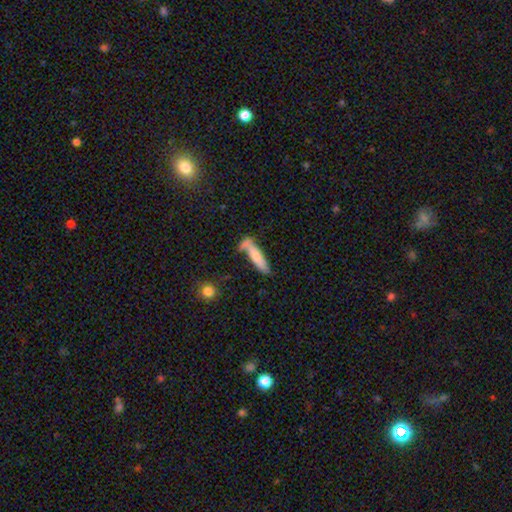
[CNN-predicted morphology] smooth-or-featured: smooth: 68% | featured or disk: 26% | star or artifact: 6%
  how-rounded: cigar-shaped: 79% | in between: 20% | round: 2%
  merging: none: 52% | minor disturbance: 21% | merger: 17% | major disturbance: 9%